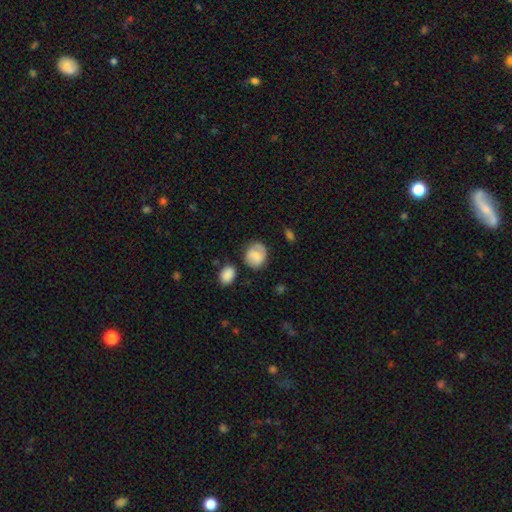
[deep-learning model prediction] This is likely a smooth galaxy (71%). How rounded: likely round (66%). Merging: likely none (64%).